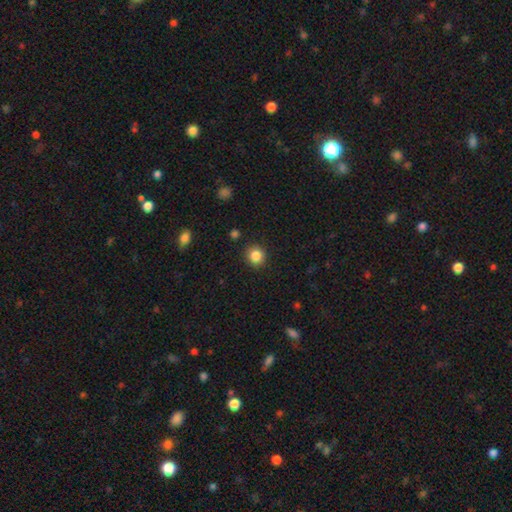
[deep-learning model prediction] Smooth or featured? smooth (85%)
How rounded? round (89%)
Merging? none (90%)